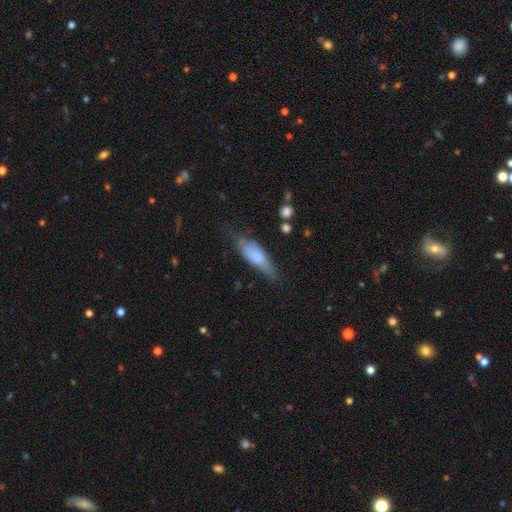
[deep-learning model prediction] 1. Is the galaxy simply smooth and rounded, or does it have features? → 71% smooth, 23% featured or disk, 7% star or artifact.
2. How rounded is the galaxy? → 54% in between, 44% cigar-shaped, 2% round.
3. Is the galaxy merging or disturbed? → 48% none, 35% minor disturbance, 14% major disturbance, 3% merger.